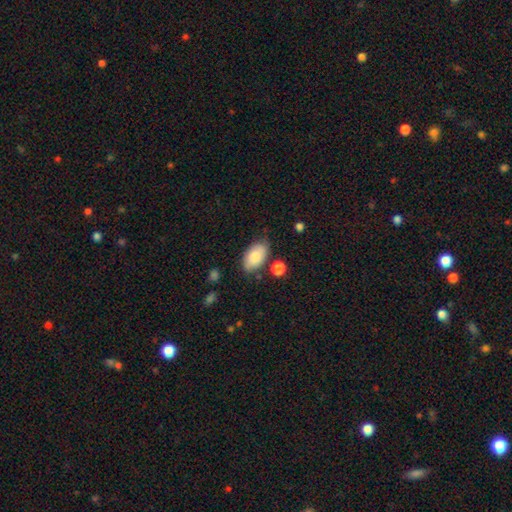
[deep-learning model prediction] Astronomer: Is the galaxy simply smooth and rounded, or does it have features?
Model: smooth — 82%.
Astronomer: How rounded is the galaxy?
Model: in between — 93%.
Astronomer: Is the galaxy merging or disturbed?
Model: none — 76%.